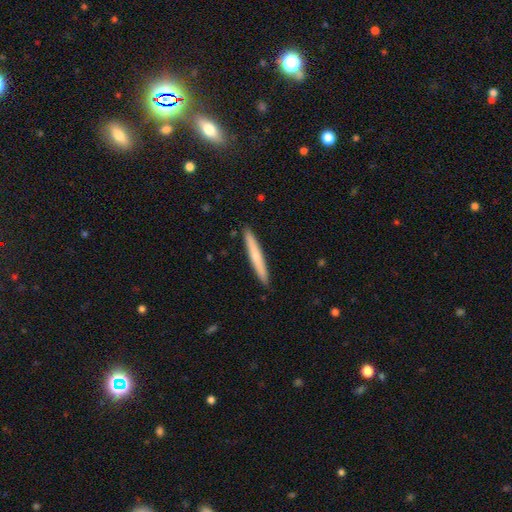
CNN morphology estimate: This appears to be a smooth galaxy with no disk features (67%) that is cigar-shaped (96%). Merging: none (92%).